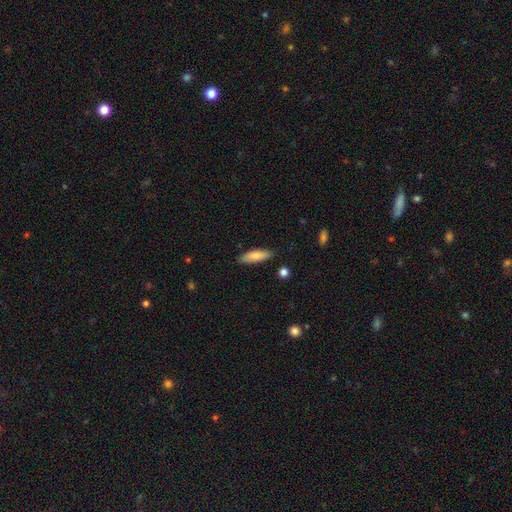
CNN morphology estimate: A smooth galaxy with no disk features (80%) that is cigar-shaped (57%).

Vote fractions:
- Smooth or featured? smooth: 80% / featured or disk: 14% / star or artifact: 6%
- How rounded? cigar-shaped: 57% / in between: 42% / round: 2%
- Merging? none: 85% / minor disturbance: 11% / major disturbance: 2% / merger: 2%